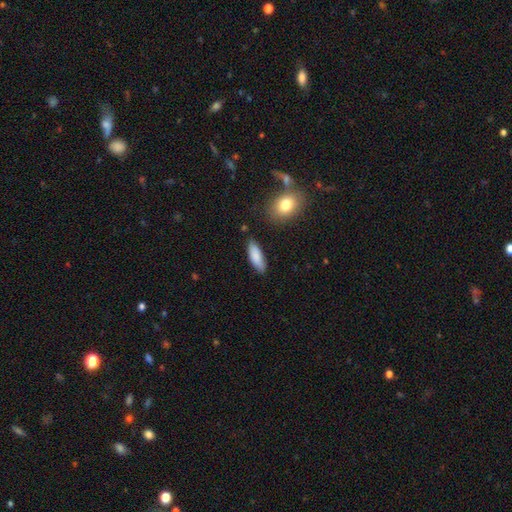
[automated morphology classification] Smooth or featured?
  - smooth: 86% *
  - featured or disk: 8%
  - star or artifact: 6%
How rounded?
  - in between: 62% *
  - cigar-shaped: 36%
  - round: 2%
Merging?
  - none: 83% *
  - minor disturbance: 12%
  - major disturbance: 2%
  - merger: 2%